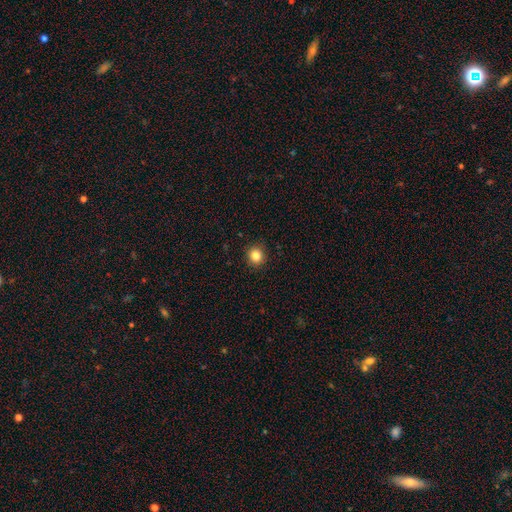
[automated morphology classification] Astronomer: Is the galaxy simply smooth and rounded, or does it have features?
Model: smooth — 84%.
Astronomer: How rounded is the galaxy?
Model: round — 88%.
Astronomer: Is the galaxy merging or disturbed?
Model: none — 91%.